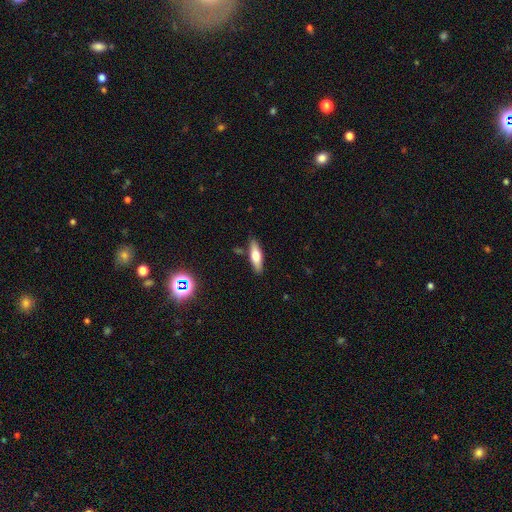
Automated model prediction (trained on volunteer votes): A smooth galaxy with no disk features (58%) that is cigar-shaped (52%). Merging: none (84%).